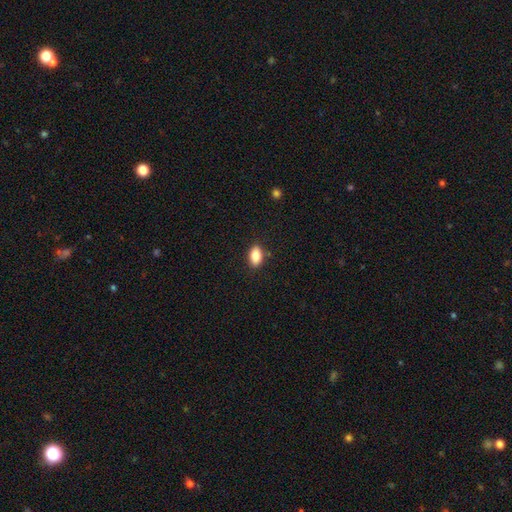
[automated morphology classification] A smooth galaxy with no disk features (85%) that is in between round and cigar-shaped (89%).

Vote fractions:
- Smooth or featured? smooth: 85% / star or artifact: 8% / featured or disk: 7%
- How rounded? in between: 89% / round: 7% / cigar-shaped: 3%
- Merging? none: 87% / minor disturbance: 9% / major disturbance: 2% / merger: 1%